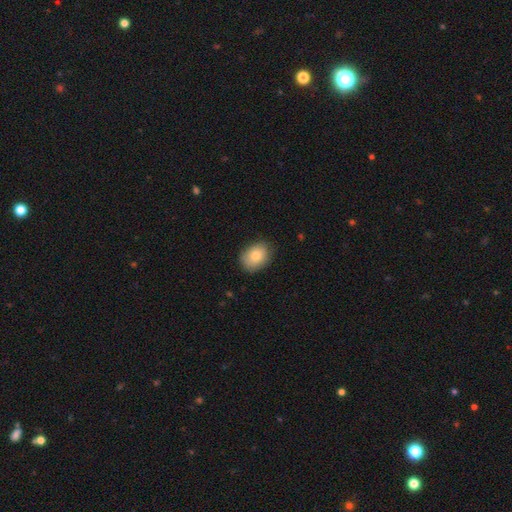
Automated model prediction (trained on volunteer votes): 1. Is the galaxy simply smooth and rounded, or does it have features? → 81% smooth, 11% featured or disk, 7% star or artifact.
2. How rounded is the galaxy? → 63% in between, 36% round, 1% cigar-shaped.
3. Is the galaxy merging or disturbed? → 77% none, 18% minor disturbance, 3% major disturbance, 1% merger.